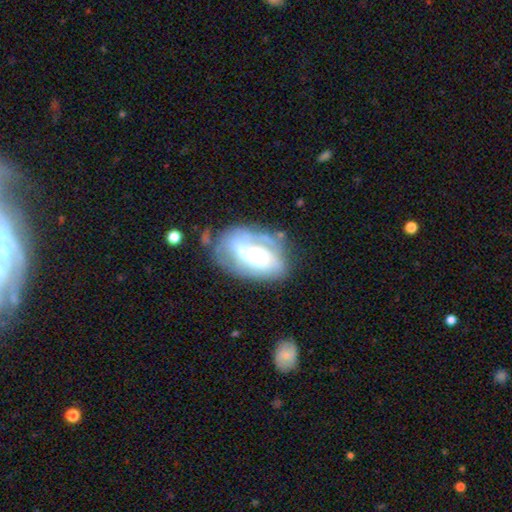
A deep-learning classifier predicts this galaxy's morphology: This appears to be a featured or disk galaxy (60%) with no bar (71%), no spiral arms (56%) and a moderate central bulge (32%). Merging: none (35%).